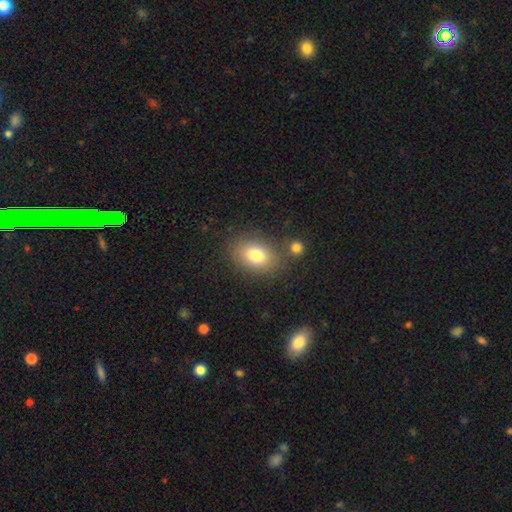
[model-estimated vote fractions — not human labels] Smooth or featured? Predicted: smooth (p=0.79). How rounded? Predicted: in between (p=0.72). Merging? Predicted: none (p=0.76).